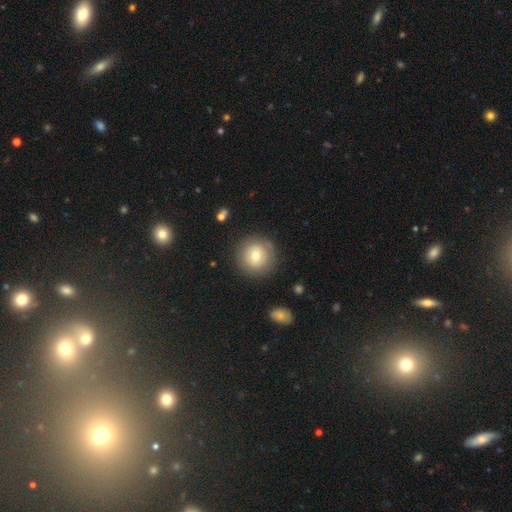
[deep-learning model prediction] Smooth or featured: smooth — 71% (featured or disk — 19%)
How rounded: round — 94% (in between — 5%)
Merging: none — 87% (minor disturbance — 8%)